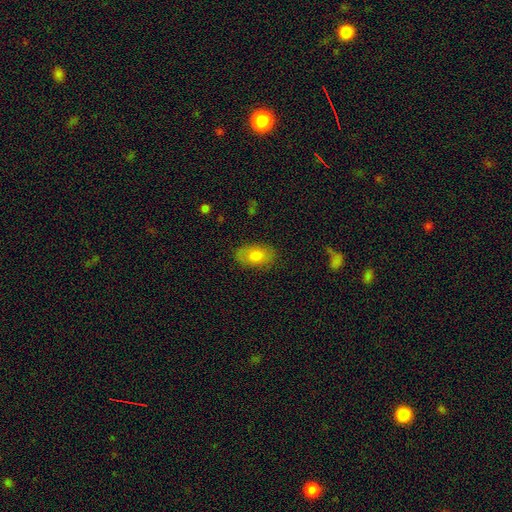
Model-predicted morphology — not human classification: Overall: smooth (76%). How rounded: in between (90%). Merging: none (83%).